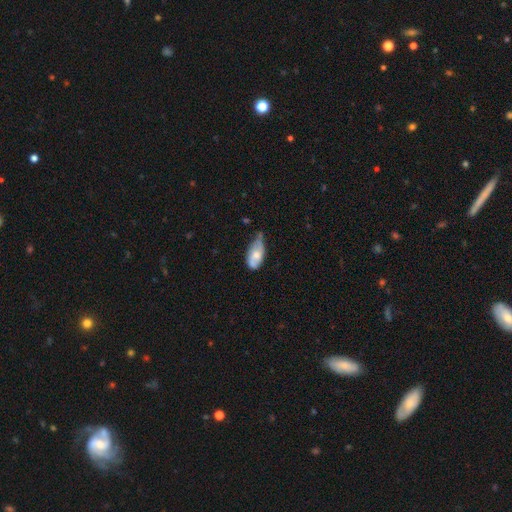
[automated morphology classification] smooth-or-featured: smooth: 60% | featured or disk: 34% | star or artifact: 6%
  how-rounded: in between: 91% | cigar-shaped: 5% | round: 4%
  merging: minor disturbance: 48% | none: 31% | major disturbance: 14% | merger: 7%